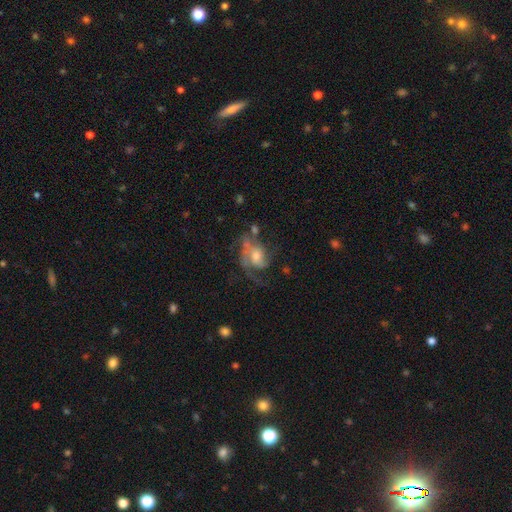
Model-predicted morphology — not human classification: Smooth or featured? Predicted: featured or disk (p=0.77). Edge-on disk? Predicted: no (p=0.97). Bar? Predicted: no (p=0.67). Spiral arms? Predicted: yes (p=0.88). Spiral winding? Predicted: medium (p=0.45). Spiral arm count? Predicted: 2 (p=0.33). Bulge size? Predicted: moderate (p=0.56). Merging? Predicted: none (p=0.42).